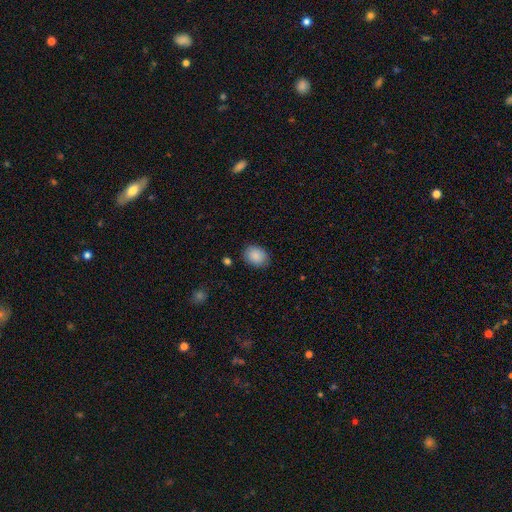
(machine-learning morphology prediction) Overall: smooth (89%). How rounded: in between (62%; round 37%). Merging: none (85%).